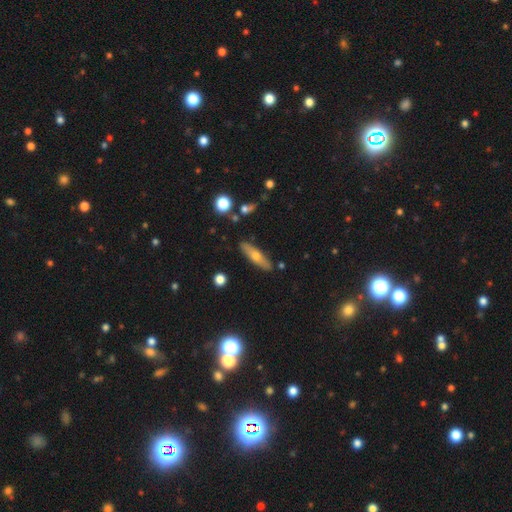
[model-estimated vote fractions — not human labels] Morphology: type=smooth (51%); roundness=cigar-shaped (69%); merging=none (86%).